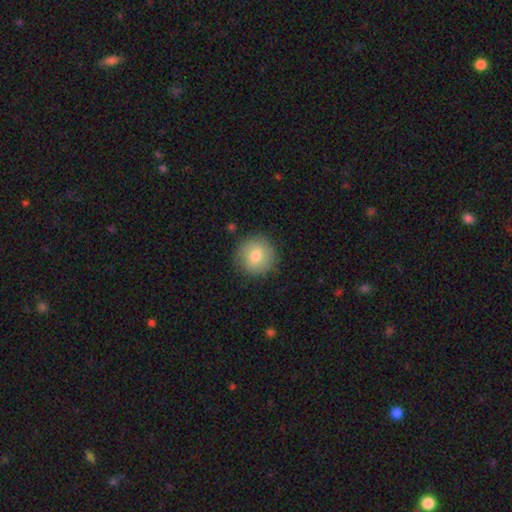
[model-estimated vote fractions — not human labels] A smooth galaxy with no disk features (77%) that is round (94%).

Vote fractions:
- Smooth or featured? smooth: 77% / featured or disk: 14% / star or artifact: 8%
- How rounded? round: 94% / in between: 5% / cigar-shaped: 1%
- Merging? none: 86% / minor disturbance: 10% / major disturbance: 3% / merger: 1%